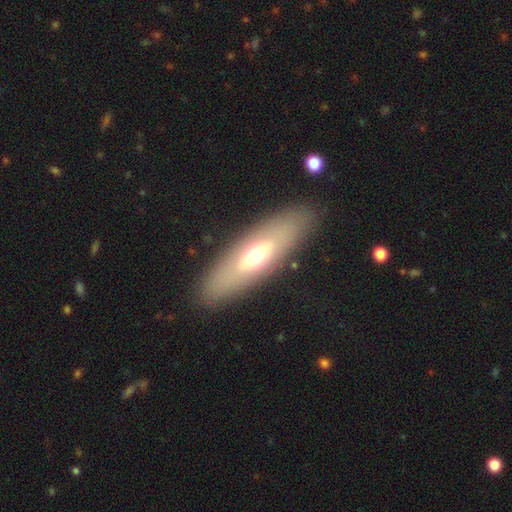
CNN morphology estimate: A smooth galaxy with no disk features (53%) that is in between round and cigar-shaped (56%). Merging: none (88%).